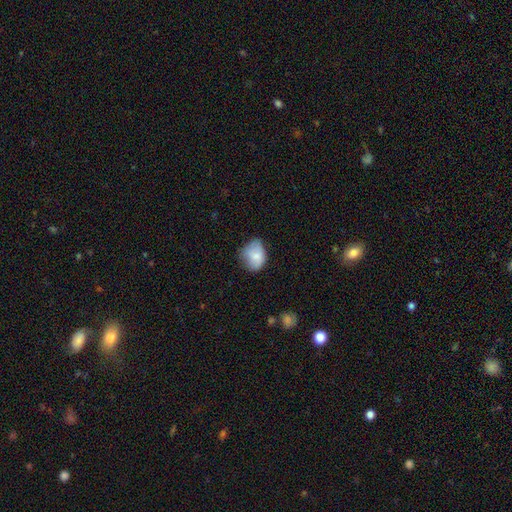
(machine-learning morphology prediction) Smooth or featured: smooth — 78% (featured or disk — 14%)
How rounded: in between — 58% (round — 41%)
Merging: none — 50% (minor disturbance — 37%)